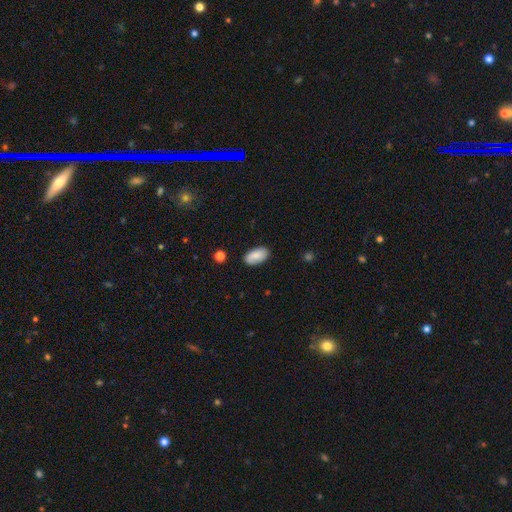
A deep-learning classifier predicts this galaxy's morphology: The model was most divided on "merging": none: 84%, minor disturbance: 12%, major disturbance: 2%, merger: 1%. More confident: how rounded — in between (95%); smooth or featured — smooth (83%).